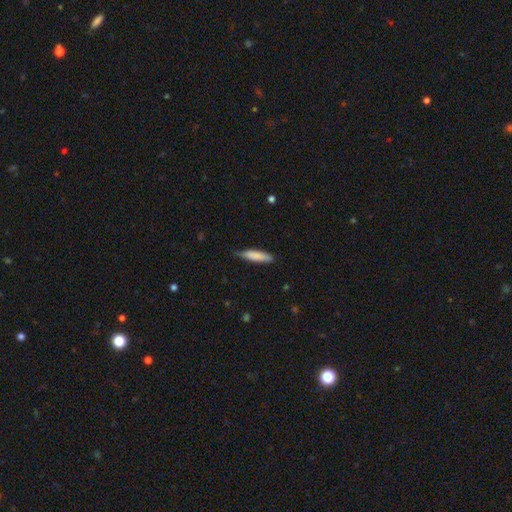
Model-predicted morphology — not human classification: A smooth galaxy with no disk features (79%) that is cigar-shaped (80%). Merging: none (71%).